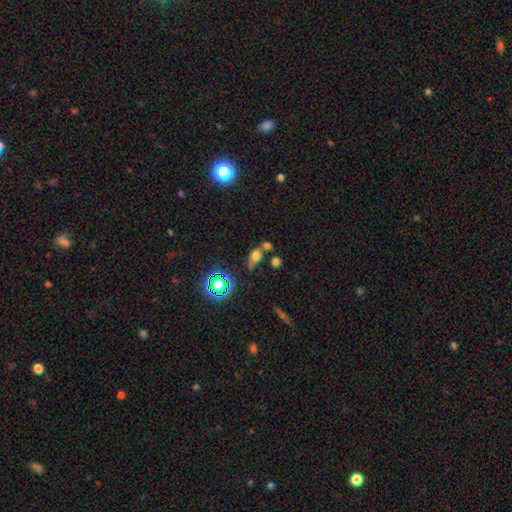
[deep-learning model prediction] smooth_or_featured: smooth (p=0.62) [alt: star or artifact p=0.21]
how_rounded: in between (p=0.63) [alt: round p=0.26]
merging: none (p=0.44) [alt: merger p=0.29]